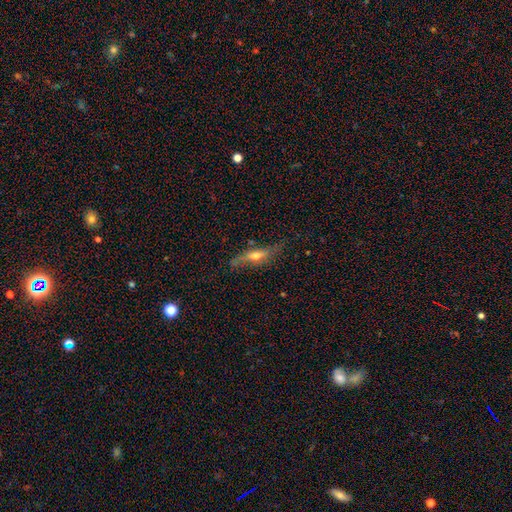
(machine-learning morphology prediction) Smooth or featured: featured or disk — 56% (smooth — 35%)
Edge-on disk: yes — 74% (no — 26%)
Merging: none — 67% (minor disturbance — 23%)